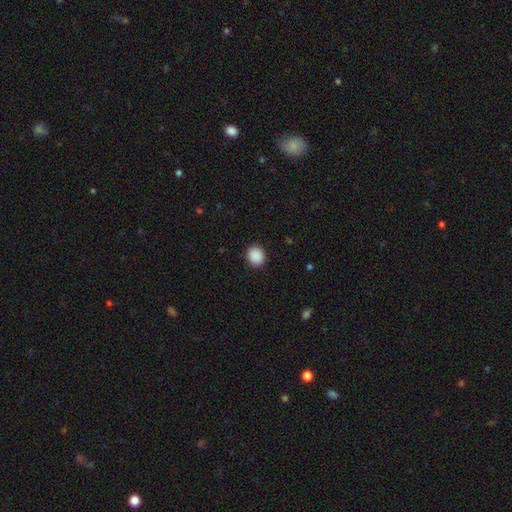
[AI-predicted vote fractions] smooth-or-featured: smooth: 90% | star or artifact: 8% | featured or disk: 2%
  how-rounded: round: 72% | in between: 27% | cigar-shaped: 1%
  merging: none: 91% | minor disturbance: 7% | major disturbance: 2% | merger: 1%